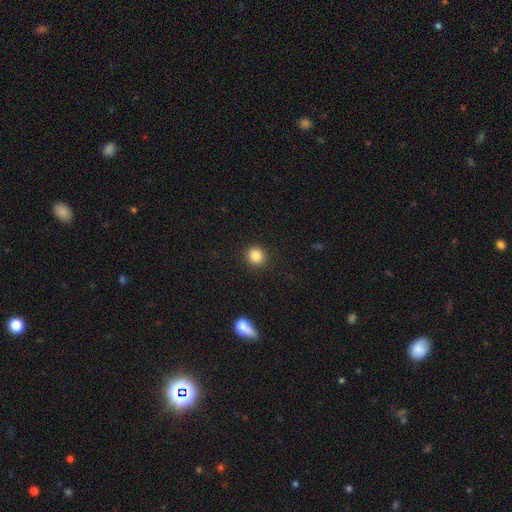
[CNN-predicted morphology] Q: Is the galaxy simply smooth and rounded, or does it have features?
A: smooth — 85%.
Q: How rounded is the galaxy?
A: round — 90%.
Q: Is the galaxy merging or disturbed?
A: none — 92%.